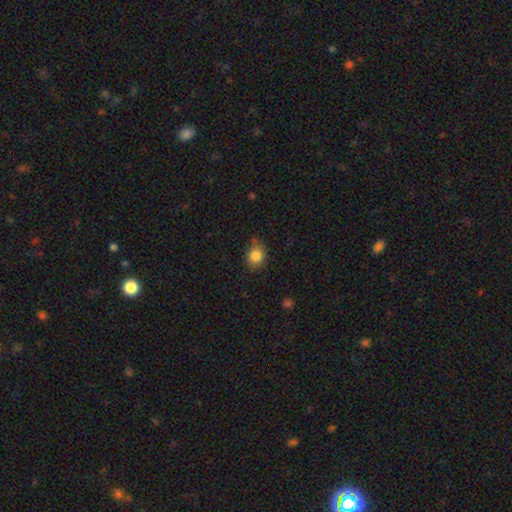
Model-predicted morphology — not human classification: This appears to be a smooth galaxy with no disk features (85%) that is round (59%). Merging: none (73%).